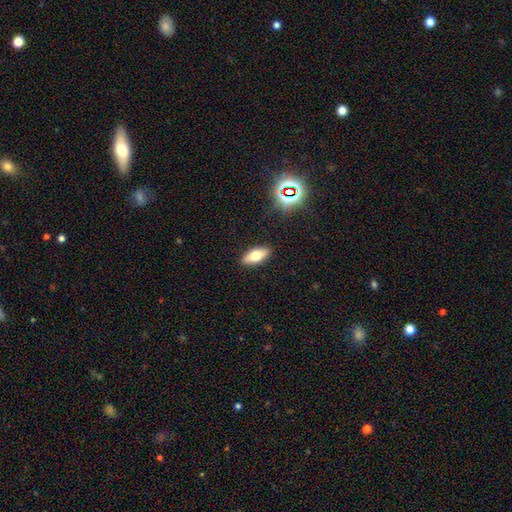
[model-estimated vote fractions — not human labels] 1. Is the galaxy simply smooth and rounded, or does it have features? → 65% smooth, 24% featured or disk, 10% star or artifact.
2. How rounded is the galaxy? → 78% in between, 18% cigar-shaped, 4% round.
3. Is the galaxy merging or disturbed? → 89% none, 8% minor disturbance, 2% major disturbance, 1% merger.